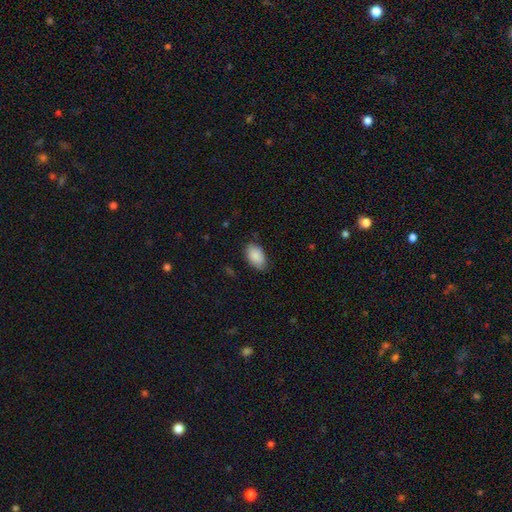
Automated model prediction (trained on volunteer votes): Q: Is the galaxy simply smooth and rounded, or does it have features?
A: smooth — 88%.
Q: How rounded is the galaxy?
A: in between — 92%.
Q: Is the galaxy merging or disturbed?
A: none — 76%.